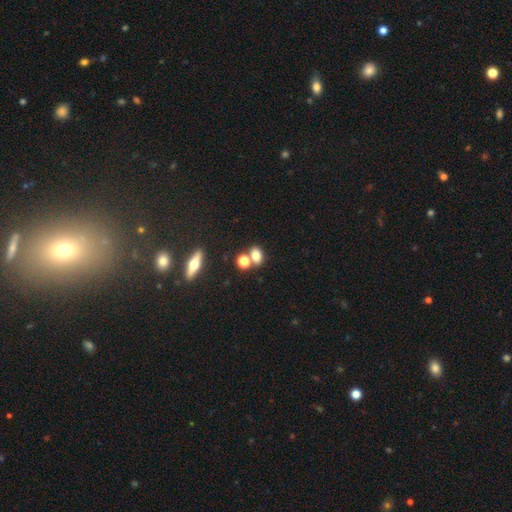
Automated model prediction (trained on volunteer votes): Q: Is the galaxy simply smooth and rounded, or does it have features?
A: smooth — 76%.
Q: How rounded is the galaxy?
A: in between — 62%.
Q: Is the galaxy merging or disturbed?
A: none — 56%.